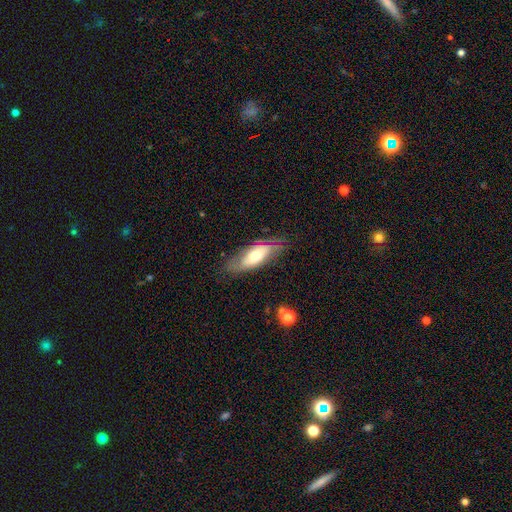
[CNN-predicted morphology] smooth-or-featured: featured or disk: 49% | smooth: 44% | star or artifact: 8%
  merging: none: 71% | minor disturbance: 20% | major disturbance: 8% | merger: 2%